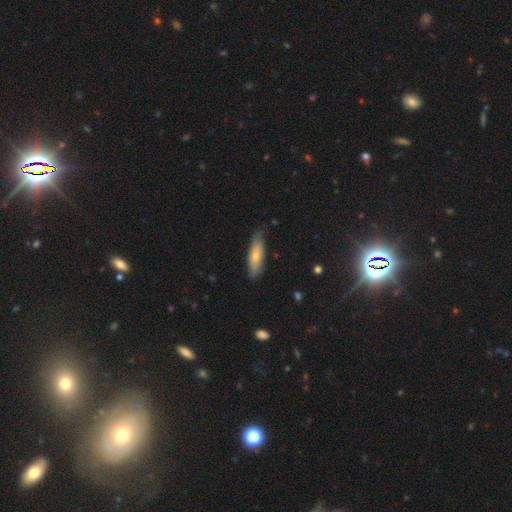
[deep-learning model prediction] Smooth or featured?
  - smooth: 70% *
  - featured or disk: 24%
  - star or artifact: 5%
How rounded?
  - cigar-shaped: 50% *
  - in between: 48%
  - round: 2%
Merging?
  - none: 71% *
  - minor disturbance: 24%
  - major disturbance: 4%
  - merger: 1%